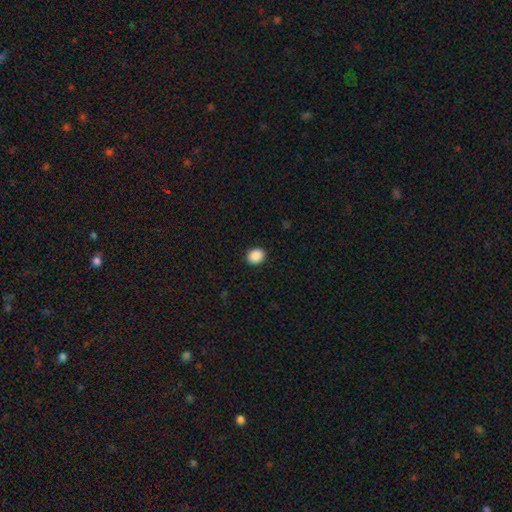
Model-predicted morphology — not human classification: Overall: smooth (90%). How rounded: round (50%; in between 49%). Merging: none (91%).